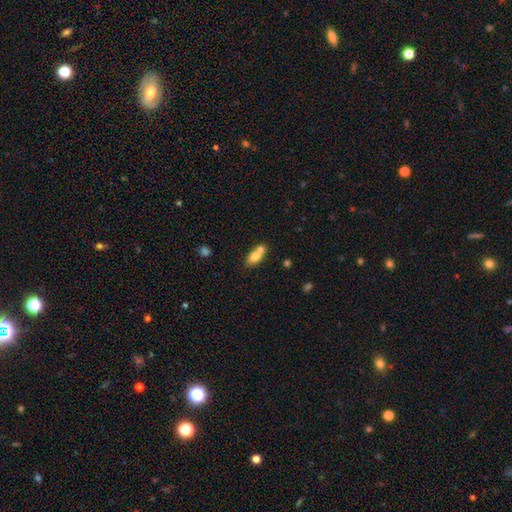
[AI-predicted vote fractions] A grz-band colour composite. It shows a smooth galaxy with no disk features (74%) that is in between round and cigar-shaped (79%). Merging: merger (46%).